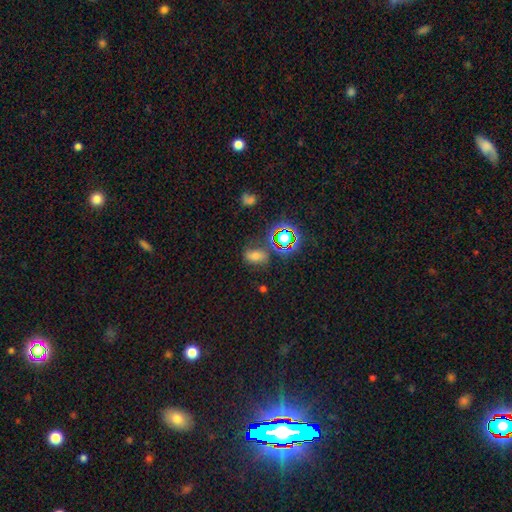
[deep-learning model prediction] The model was most divided on "smooth or featured": smooth: 53%, star or artifact: 35%, featured or disk: 12%. More confident: how rounded — in between (82%); merging — none (64%).